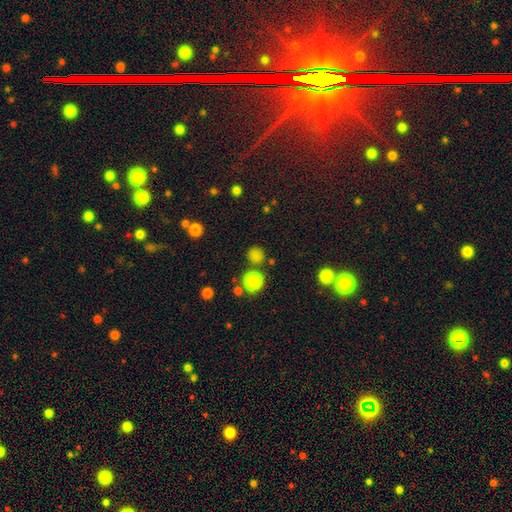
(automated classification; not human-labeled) Q: Smooth or featured?
A: smooth (71%); runner-up: star or artifact (24%)
Q: How rounded?
A: round (87%); runner-up: in between (12%)
Q: Merging?
A: none (80%); runner-up: minor disturbance (10%)